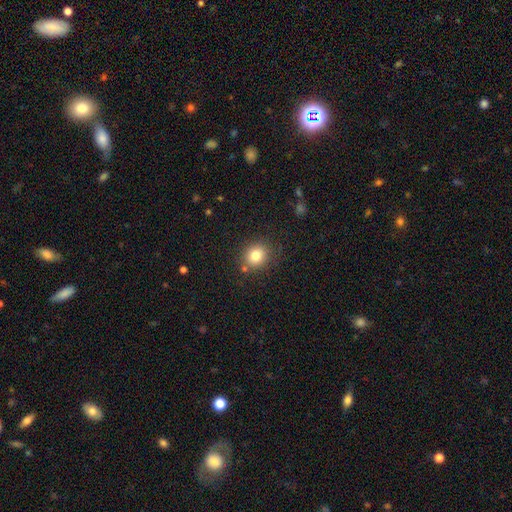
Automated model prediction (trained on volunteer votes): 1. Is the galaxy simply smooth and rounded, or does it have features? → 80% smooth, 12% star or artifact, 8% featured or disk.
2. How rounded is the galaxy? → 77% round, 22% in between, 1% cigar-shaped.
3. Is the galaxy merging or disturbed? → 82% none, 10% minor disturbance, 5% merger, 3% major disturbance.